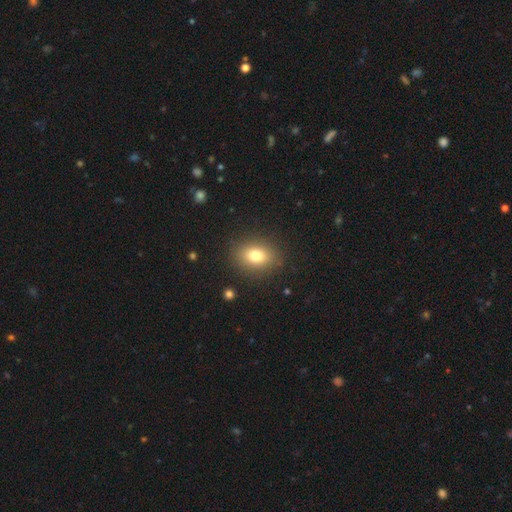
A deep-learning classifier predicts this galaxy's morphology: This appears to be a smooth galaxy with no disk features (78%) that is in between round and cigar-shaped (61%). Merging: none (87%).